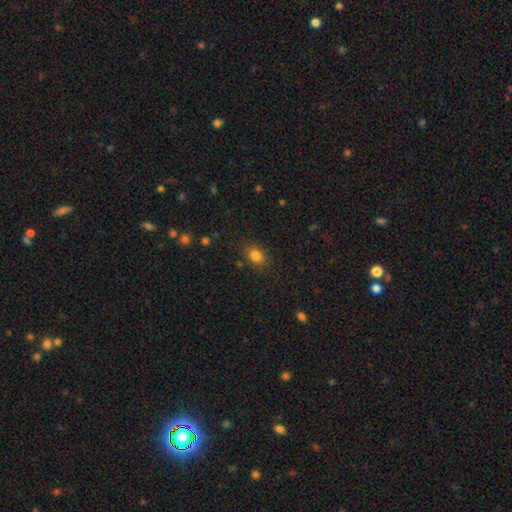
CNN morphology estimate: This appears to be a smooth galaxy with no disk features (81%) that is in between round and cigar-shaped (66%). Merging: none (81%).